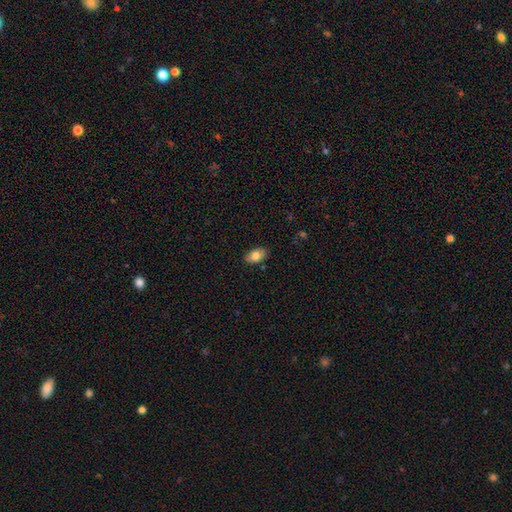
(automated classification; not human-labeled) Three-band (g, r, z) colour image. It shows a smooth galaxy with no disk features (81%) that is in between round and cigar-shaped (92%). Merging: none (87%).